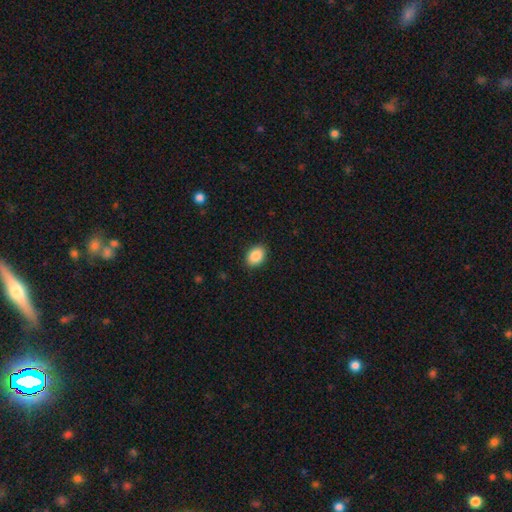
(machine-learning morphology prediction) A smooth galaxy with no disk features (88%) that is in between round and cigar-shaped (75%). Merging: none (89%).